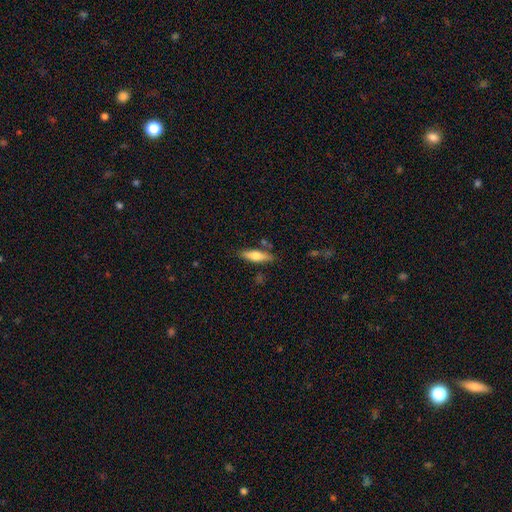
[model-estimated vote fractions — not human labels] Smooth or featured: smooth — 59% (featured or disk — 35%)
How rounded: cigar-shaped — 62% (in between — 36%)
Merging: none — 79% (minor disturbance — 13%)